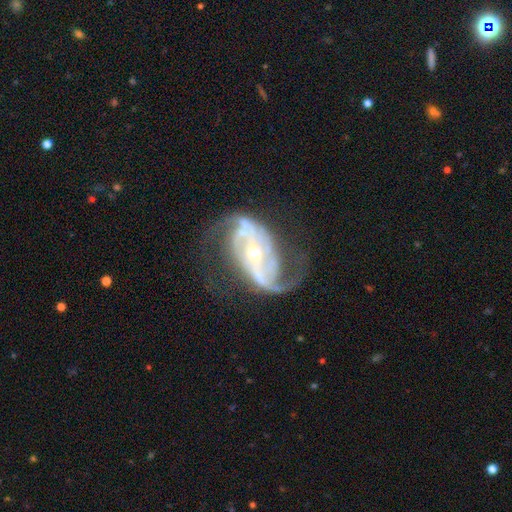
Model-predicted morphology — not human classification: A featured or disk galaxy (90%) with a strong bar (39%), 2 (79%) medium (45%) spiral arms (96%) and a small central bulge (56%). Merging: none (60%).